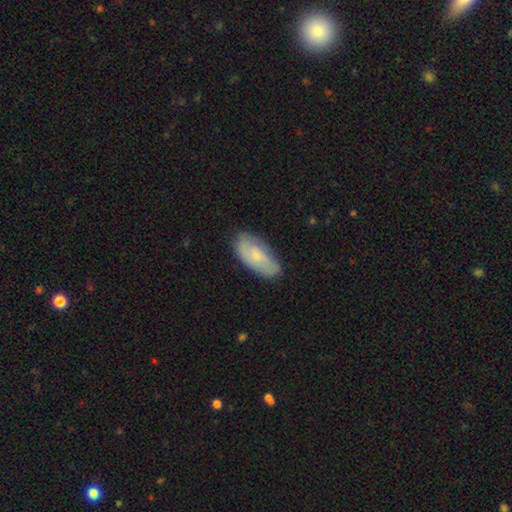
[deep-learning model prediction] smooth_or_featured: smooth (p=0.53) [alt: featured or disk p=0.40]
how_rounded: in between (p=0.89) [alt: cigar-shaped p=0.09]
merging: none (p=0.76) [alt: minor disturbance p=0.19]